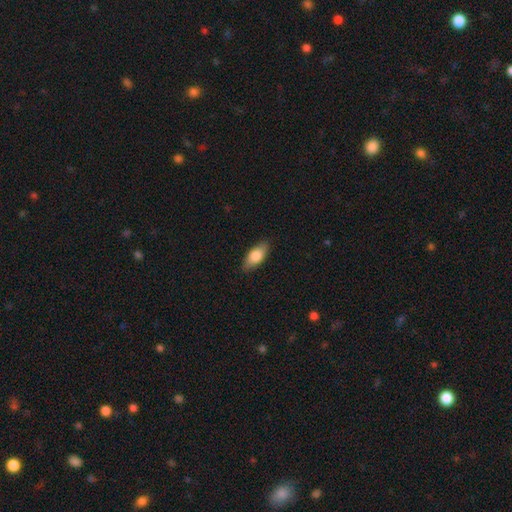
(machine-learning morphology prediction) This appears to be a smooth galaxy with no disk features (80%) that is in between round and cigar-shaped (84%). Merging: none (87%).